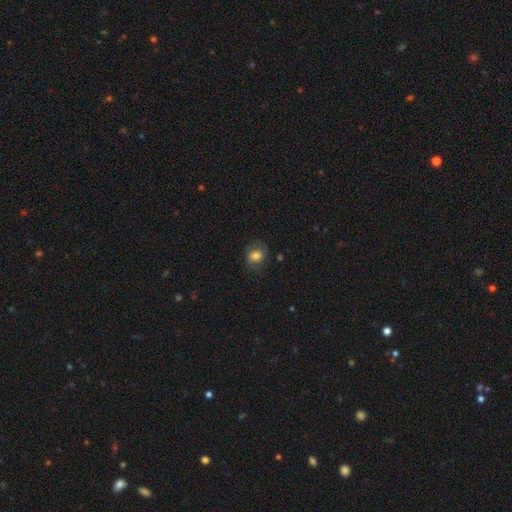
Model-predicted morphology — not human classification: Overall: smooth (71%). How rounded: round (58%; in between 41%). Merging: none (69%).